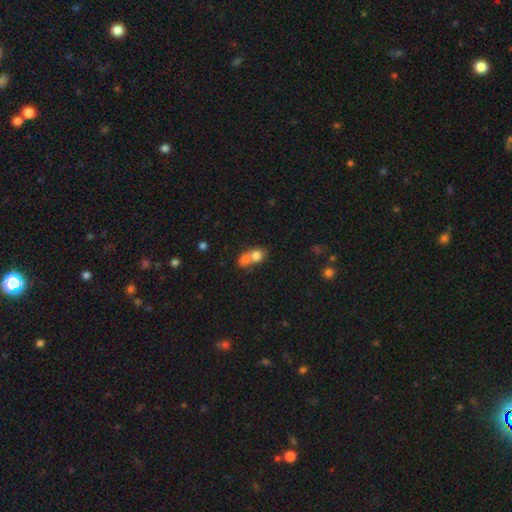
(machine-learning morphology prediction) A smooth galaxy with no disk features (75%) that is round (64%). Merging: merger (68%).